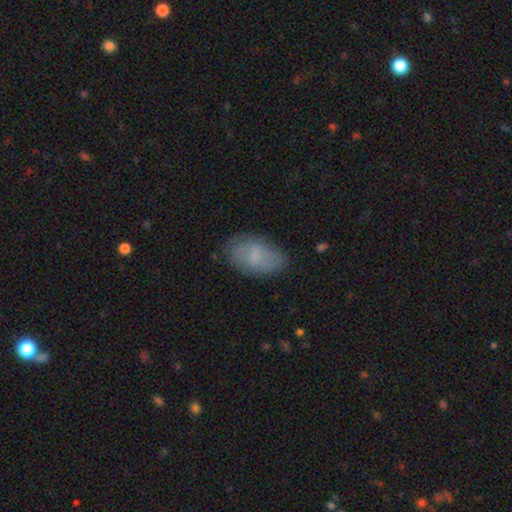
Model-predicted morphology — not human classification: smooth 73%, featured or disk 20%, star or artifact 7%. Down the decision tree: how rounded — in between (93%); merging — none (76%).